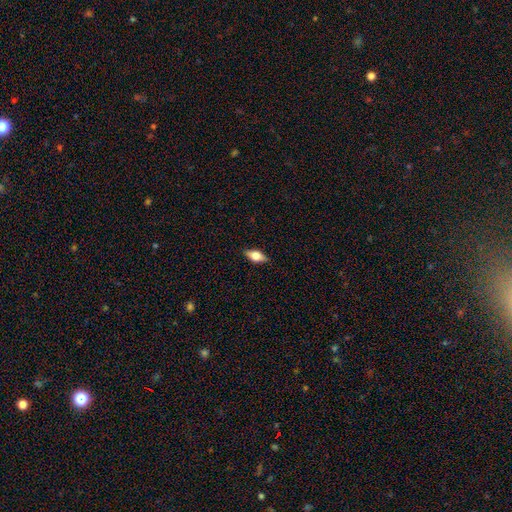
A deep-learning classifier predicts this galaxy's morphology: Smooth or featured? smooth (55%)
How rounded? in between (79%)
Merging? none (85%)